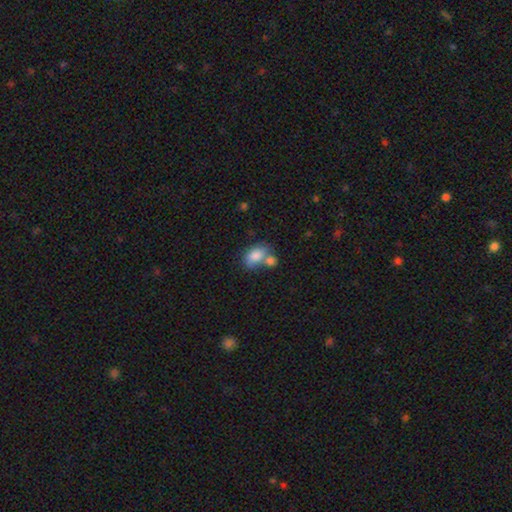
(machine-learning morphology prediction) smooth_or_featured: smooth (p=0.82) [alt: featured or disk p=0.10]
how_rounded: in between (p=0.86) [alt: round p=0.13]
merging: merger (p=0.44) [alt: none p=0.35]